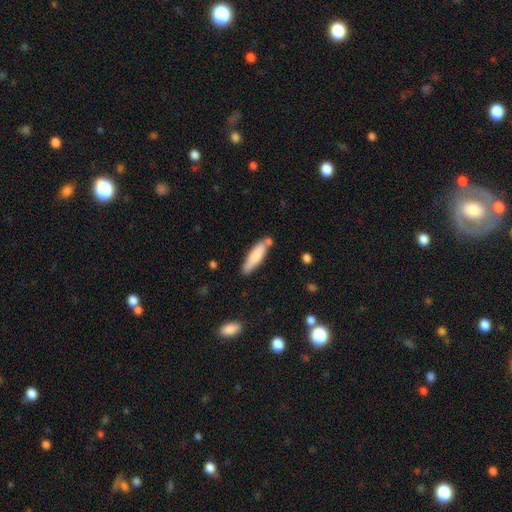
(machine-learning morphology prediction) smooth 78%, featured or disk 16%, star or artifact 5%. Down the decision tree: how rounded — cigar-shaped (71%); merging — none (71%).